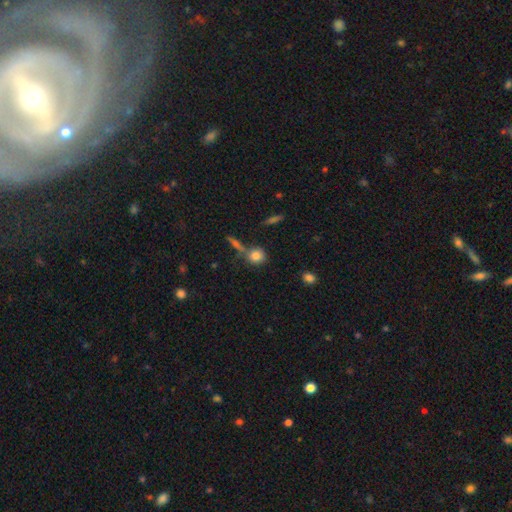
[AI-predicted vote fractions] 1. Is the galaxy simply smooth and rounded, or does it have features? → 79% smooth, 10% star or artifact, 10% featured or disk.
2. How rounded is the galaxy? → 79% round, 18% in between, 3% cigar-shaped.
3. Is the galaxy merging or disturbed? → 64% none, 19% merger, 12% minor disturbance, 5% major disturbance.